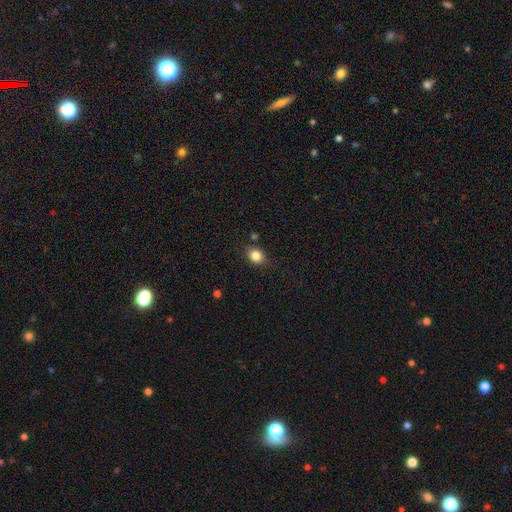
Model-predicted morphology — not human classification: Smooth or featured? Predicted: smooth (p=0.84). How rounded? Predicted: round (p=0.59). Merging? Predicted: none (p=0.77).